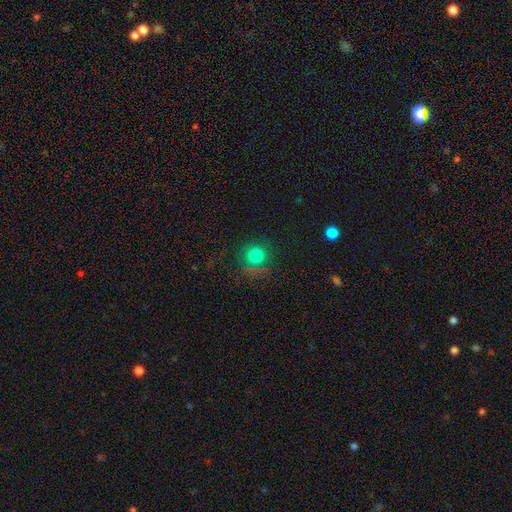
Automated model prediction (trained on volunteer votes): This is likely a smooth galaxy (76%). How rounded: clearly round (93%). Merging: clearly none (81%).